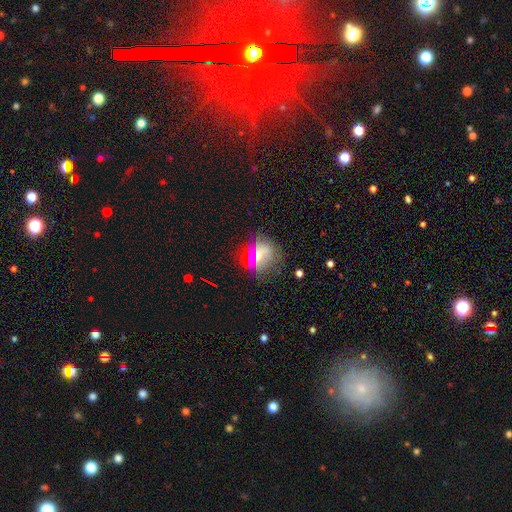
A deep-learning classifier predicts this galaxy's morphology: Smooth or featured: smooth — 53% (star or artifact — 27%)
How rounded: round — 82% (in between — 16%)
Merging: none — 79% (minor disturbance — 13%)